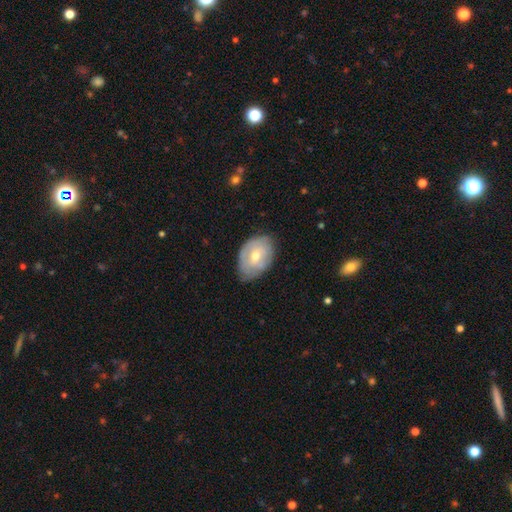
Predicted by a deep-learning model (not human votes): Overall: featured or disk (48%; smooth 45%). Merging: none (67%).